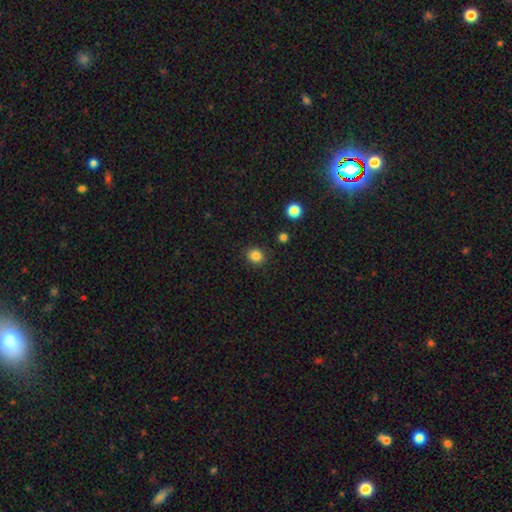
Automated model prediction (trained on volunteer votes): smooth 85%, star or artifact 11%, featured or disk 4%. Down the decision tree: how rounded — round (73%); merging — none (88%).